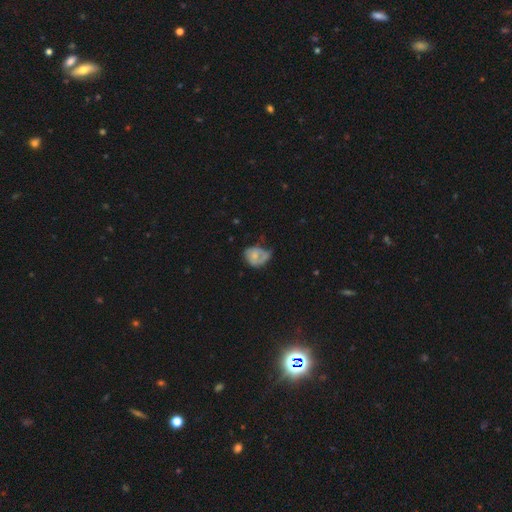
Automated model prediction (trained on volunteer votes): smooth 52%, featured or disk 40%, star or artifact 8%. Down the decision tree: how rounded — in between (54%); merging — minor disturbance (38%).